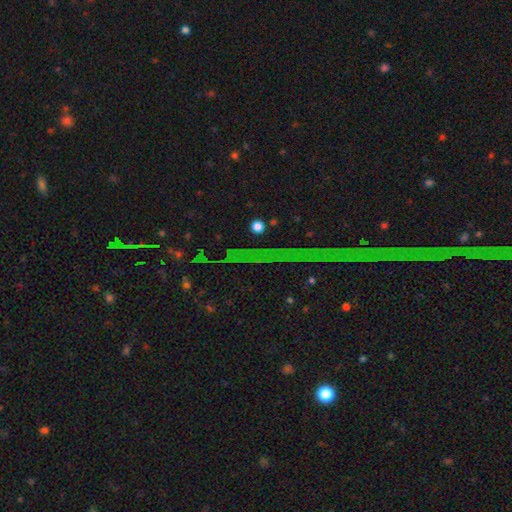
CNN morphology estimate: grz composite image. It shows a star or artifact, not a galaxy (87%).